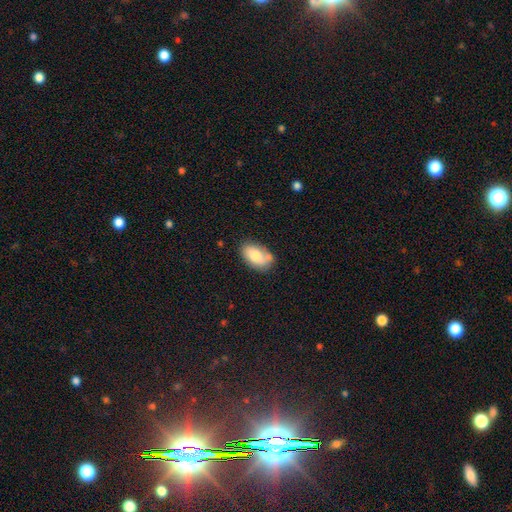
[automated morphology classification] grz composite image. It shows a smooth galaxy with no disk features (75%) that is in between round and cigar-shaped (93%). Merging: none (62%).